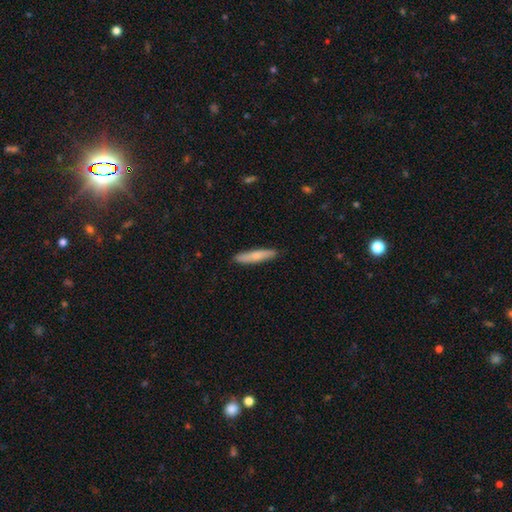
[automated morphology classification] Smooth or featured: smooth — 71% (featured or disk — 24%)
How rounded: cigar-shaped — 89% (in between — 10%)
Merging: none — 89% (minor disturbance — 8%)